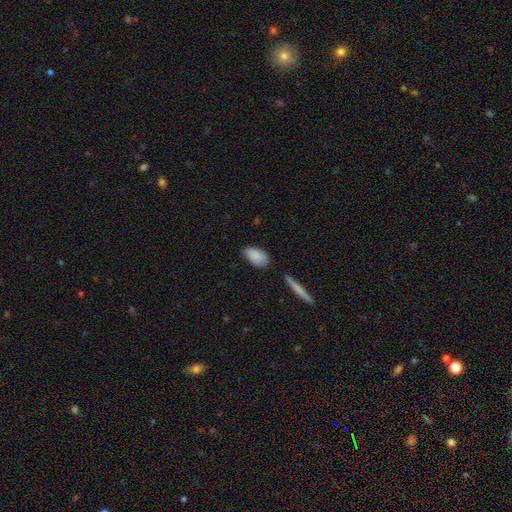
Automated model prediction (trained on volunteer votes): Morphology: type=smooth (84%); roundness=in between (92%); merging=none (70%).